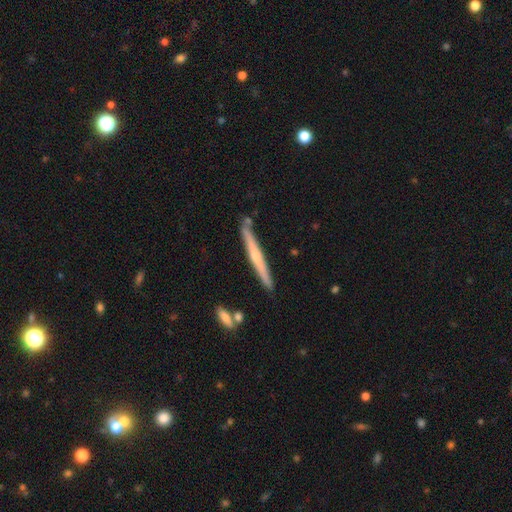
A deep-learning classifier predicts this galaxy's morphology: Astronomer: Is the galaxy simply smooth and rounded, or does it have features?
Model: featured or disk — 59% (runner-up: smooth, 35%).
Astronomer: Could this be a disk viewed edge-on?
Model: yes — 97%.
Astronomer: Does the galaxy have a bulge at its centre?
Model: rounded — 62%.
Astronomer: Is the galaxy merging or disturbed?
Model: none — 85%.